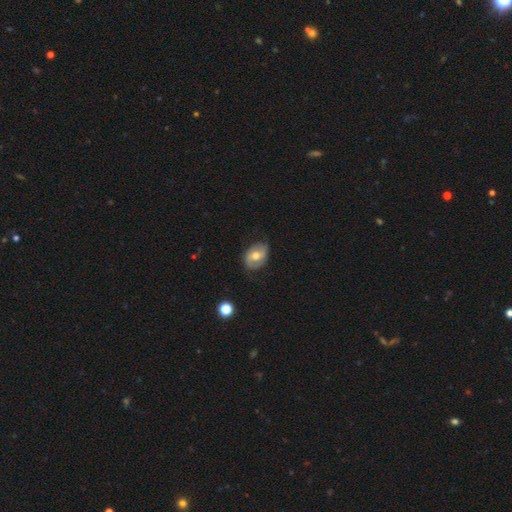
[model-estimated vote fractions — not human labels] This appears to be a featured or disk galaxy (47%). Merging: none (69%).